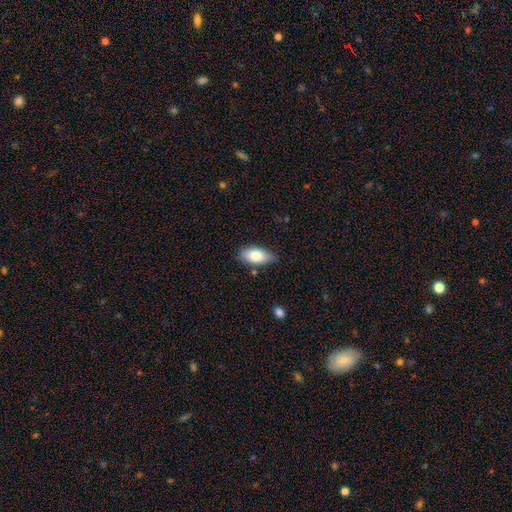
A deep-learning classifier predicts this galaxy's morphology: Smooth or featured?
  - smooth: 80% *
  - featured or disk: 13%
  - star or artifact: 7%
How rounded?
  - in between: 91% *
  - cigar-shaped: 6%
  - round: 3%
Merging?
  - none: 74% *
  - minor disturbance: 20%
  - major disturbance: 3%
  - merger: 2%